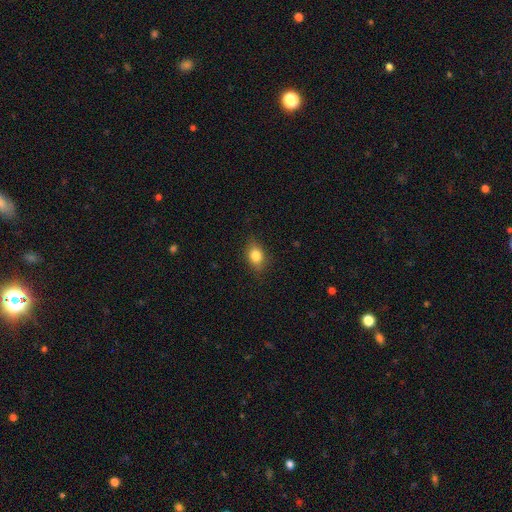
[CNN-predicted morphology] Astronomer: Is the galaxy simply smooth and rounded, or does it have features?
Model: smooth — 83%.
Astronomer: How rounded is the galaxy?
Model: in between — 71%.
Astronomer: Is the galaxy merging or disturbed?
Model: none — 83%.